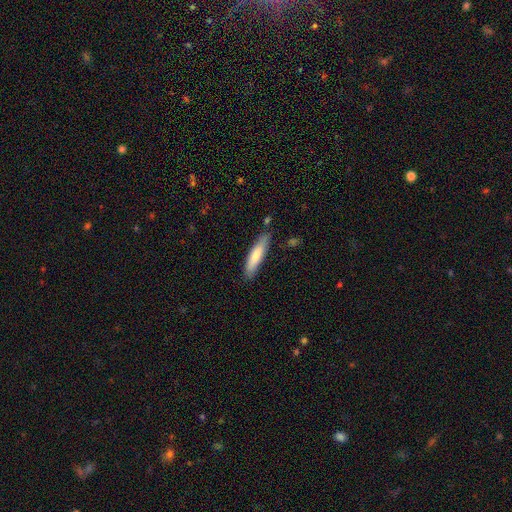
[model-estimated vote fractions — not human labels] Morphology: type=smooth (76%); roundness=cigar-shaped (79%); merging=none (81%).